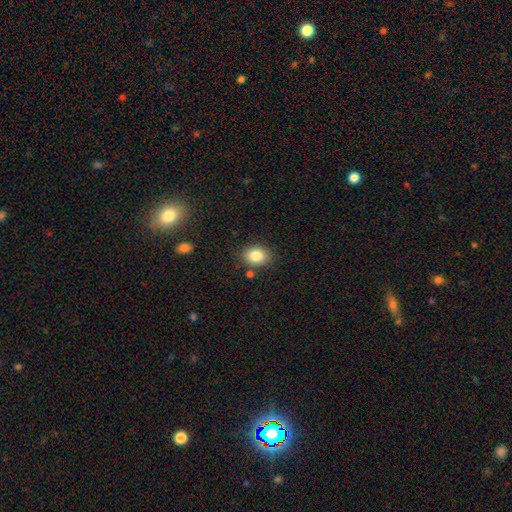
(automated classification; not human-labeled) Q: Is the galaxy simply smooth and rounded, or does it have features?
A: smooth — 84%.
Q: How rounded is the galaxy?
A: in between — 62%.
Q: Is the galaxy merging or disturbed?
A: none — 82%.